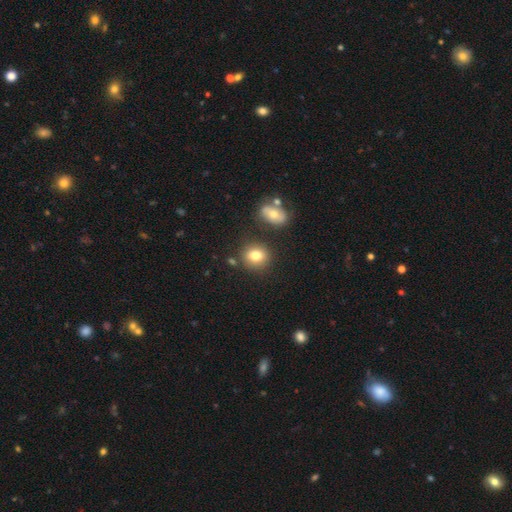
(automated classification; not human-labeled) smooth-or-featured: smooth: 81% | star or artifact: 10% | featured or disk: 10%
  how-rounded: round: 67% | in between: 31% | cigar-shaped: 1%
  merging: none: 80% | minor disturbance: 10% | merger: 7% | major disturbance: 3%